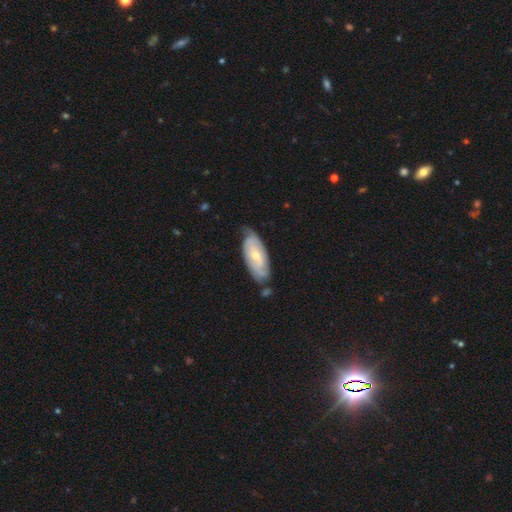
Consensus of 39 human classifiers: Smooth or featured?
  - featured or disk: 69% *
  - smooth: 28%
  - star or artifact: 3%
Edge-on disk?
  - no: 96% *
  - yes: 4%
Bar?
  - no: 46% *
  - weak: 42%
  - strong: 12%
Spiral arms?
  - yes: 92% *
  - no: 8%
Spiral winding?
  - tight: 54% *
  - medium: 29%
  - loose: 17%
Spiral arm count?
  - can't tell: 46% *
  - 2: 33%
  - 3: 12%
  - 1: 8%
  - 4: 0%
  - more than 4: 0%
Bulge size?
  - small: 62% *
  - moderate: 38%
  - dominant: 0%
  - large: 0%
  - none: 0%
Merging?
  - none: 61% *
  - minor disturbance: 21%
  - major disturbance: 16%
  - merger: 3%